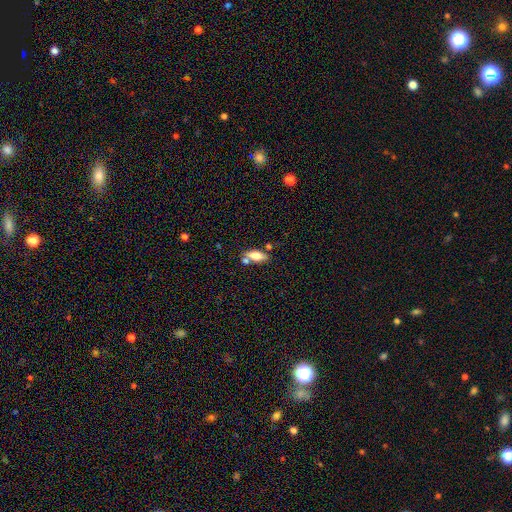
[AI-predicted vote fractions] Overall: smooth (68%). How rounded: in between (76%). Merging: none (61%).